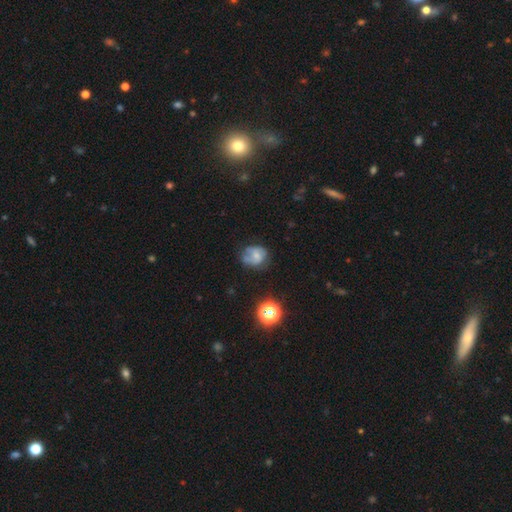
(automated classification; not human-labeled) A smooth galaxy with no disk features (52%) that is round (58%).

Vote fractions:
- Smooth or featured? smooth: 52% / featured or disk: 35% / star or artifact: 12%
- How rounded? round: 58% / in between: 41% / cigar-shaped: 1%
- Merging? none: 45% / minor disturbance: 32% / major disturbance: 19% / merger: 4%